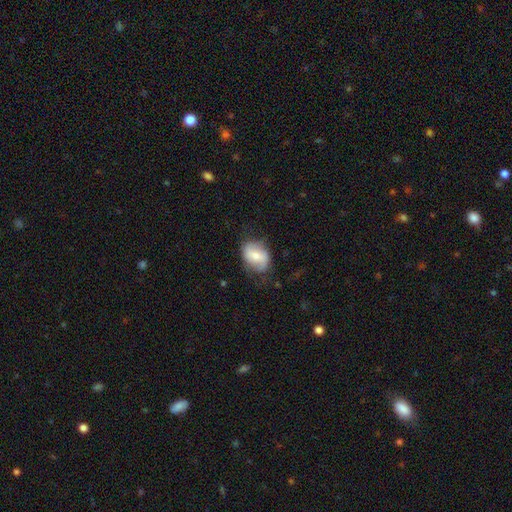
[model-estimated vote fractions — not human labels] Smooth or featured?
  - smooth: 56% *
  - featured or disk: 37%
  - star or artifact: 7%
How rounded?
  - in between: 68% *
  - round: 31%
  - cigar-shaped: 1%
Merging?
  - none: 63% *
  - minor disturbance: 25%
  - major disturbance: 10%
  - merger: 1%